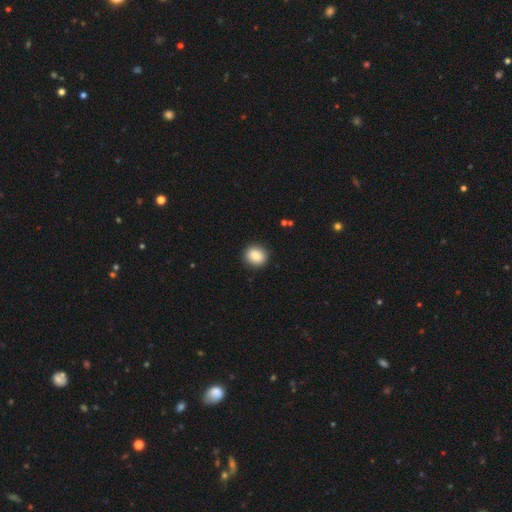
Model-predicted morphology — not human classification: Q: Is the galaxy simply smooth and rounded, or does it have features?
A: smooth — 86%.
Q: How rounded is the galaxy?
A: round — 74%.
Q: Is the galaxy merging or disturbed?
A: none — 90%.